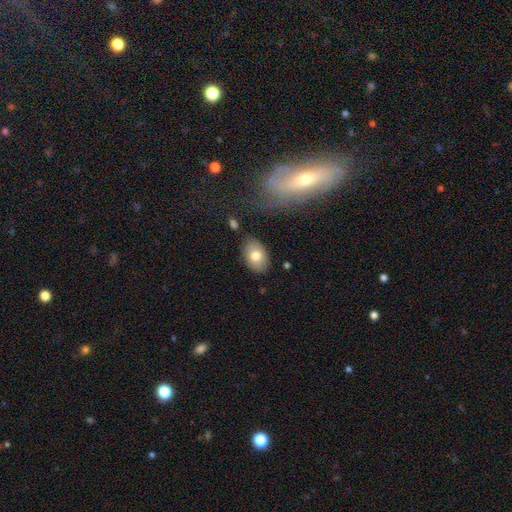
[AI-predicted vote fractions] Smooth or featured? Predicted: smooth (p=0.76). How rounded? Predicted: in between (p=0.86). Merging? Predicted: none (p=0.82).